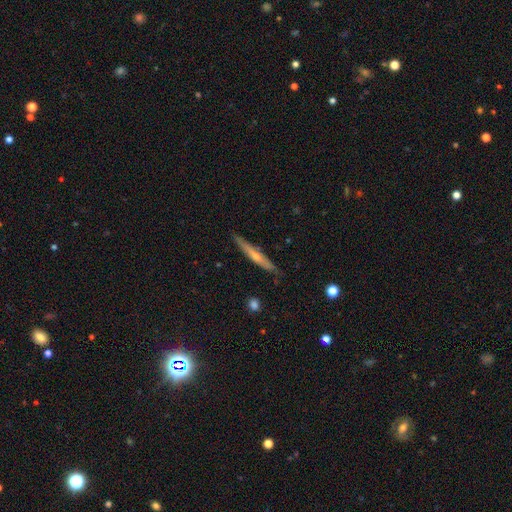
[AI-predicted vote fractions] A featured or disk galaxy (53%) viewed edge-on (93%). Merging: none (83%).